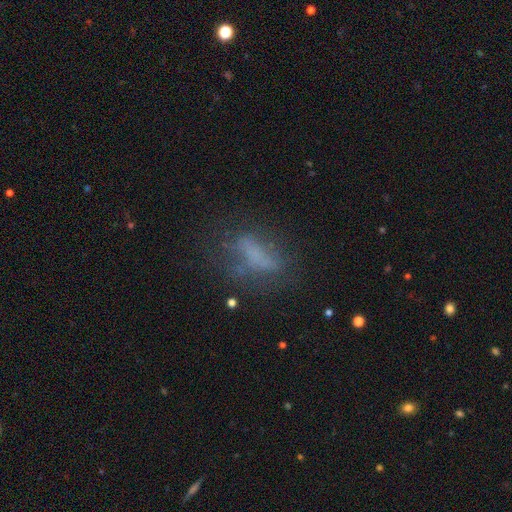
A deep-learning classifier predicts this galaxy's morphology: Smooth or featured: smooth — 48% (featured or disk — 34%)
Merging: none — 48% (major disturbance — 25%)